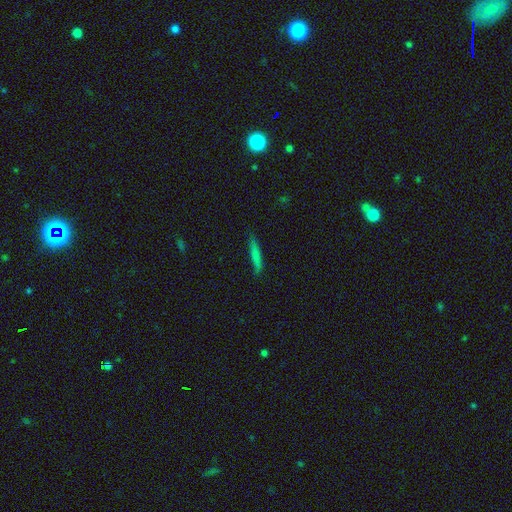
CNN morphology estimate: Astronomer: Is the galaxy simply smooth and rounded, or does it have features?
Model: smooth — 72%.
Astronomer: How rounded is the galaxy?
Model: cigar-shaped — 93%.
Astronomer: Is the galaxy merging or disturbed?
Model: none — 79%.